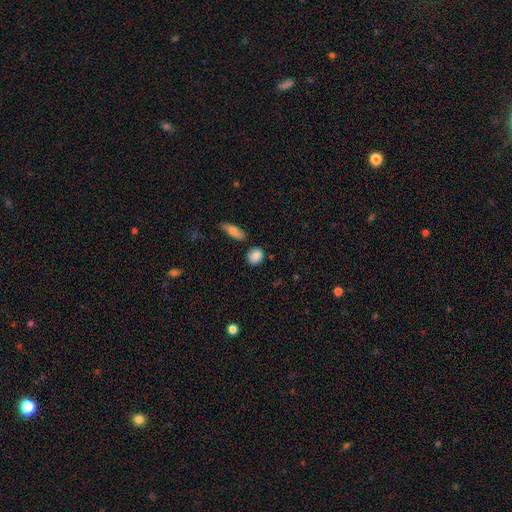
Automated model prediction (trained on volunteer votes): smooth 87%, star or artifact 8%, featured or disk 5%. Down the decision tree: how rounded — round (51%); merging — none (76%).